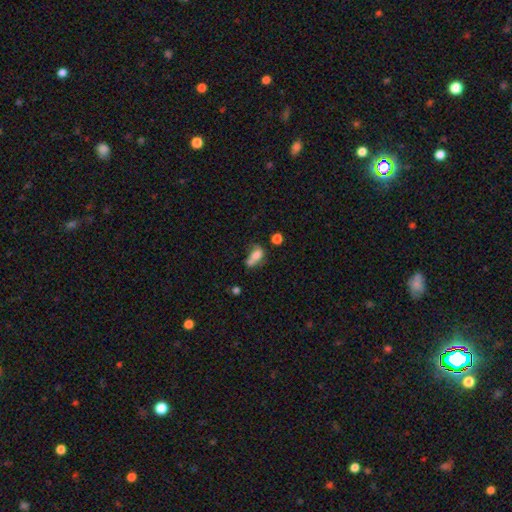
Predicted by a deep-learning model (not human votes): Overall: smooth (69%). How rounded: in between (80%). Merging: merger (34%; none 26%).